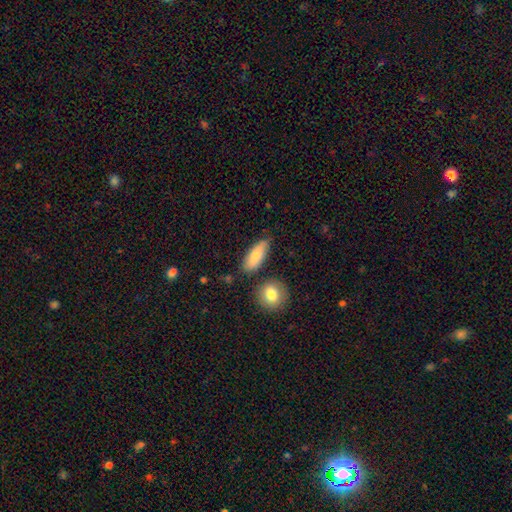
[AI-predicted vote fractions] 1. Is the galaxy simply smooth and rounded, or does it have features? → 77% smooth, 17% featured or disk, 6% star or artifact.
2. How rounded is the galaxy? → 73% in between, 23% cigar-shaped, 4% round.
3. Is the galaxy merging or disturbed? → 73% none, 16% minor disturbance, 7% merger, 4% major disturbance.